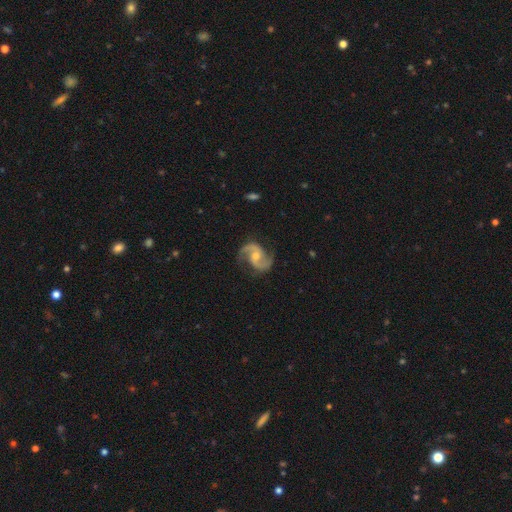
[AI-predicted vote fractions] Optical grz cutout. It shows a featured or disk galaxy (92%) with no bar (51%), 2 (94%) medium (57%) spiral arms (98%) and a moderate central bulge (52%). Merging: none (82%).